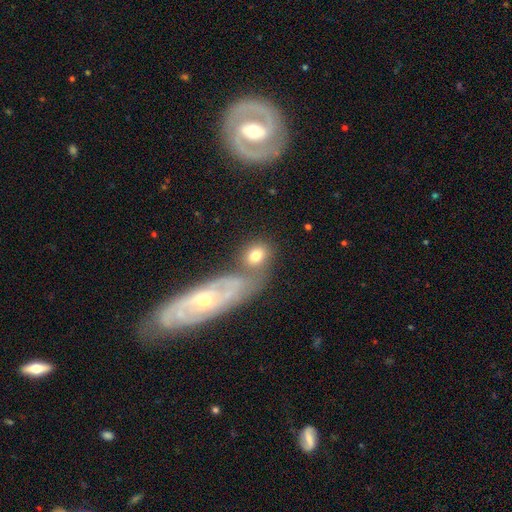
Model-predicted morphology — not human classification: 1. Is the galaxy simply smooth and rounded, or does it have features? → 72% smooth, 20% featured or disk, 9% star or artifact.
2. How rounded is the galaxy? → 49% in between, 47% round, 3% cigar-shaped.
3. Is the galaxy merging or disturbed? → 49% none, 29% merger, 14% minor disturbance, 8% major disturbance.